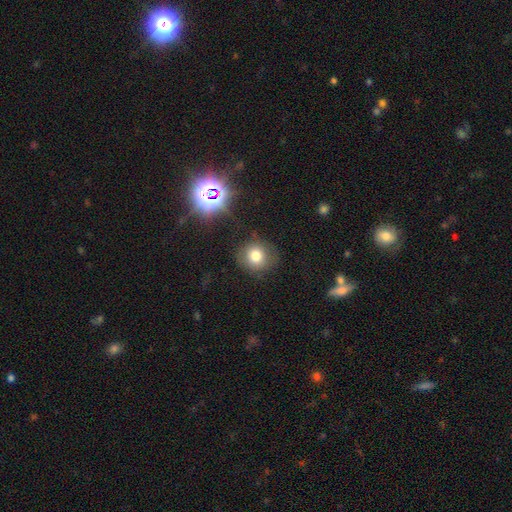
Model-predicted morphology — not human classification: The model was most divided on "smooth or featured": smooth: 75%, star or artifact: 16%, featured or disk: 9%. More confident: how rounded — round (86%); merging — none (80%).